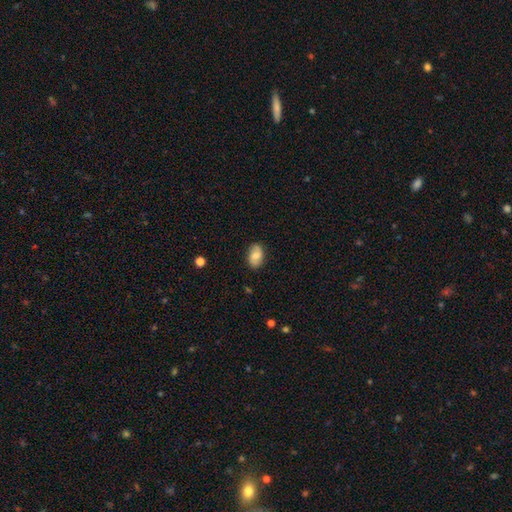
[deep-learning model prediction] A smooth galaxy with no disk features (68%) that is in between round and cigar-shaped (89%). Merging: none (83%).